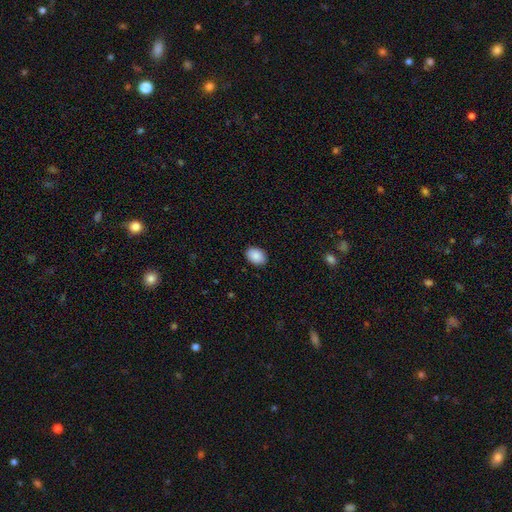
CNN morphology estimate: Smooth or featured? Predicted: smooth (p=0.89). How rounded? Predicted: in between (p=0.81). Merging? Predicted: none (p=0.89).